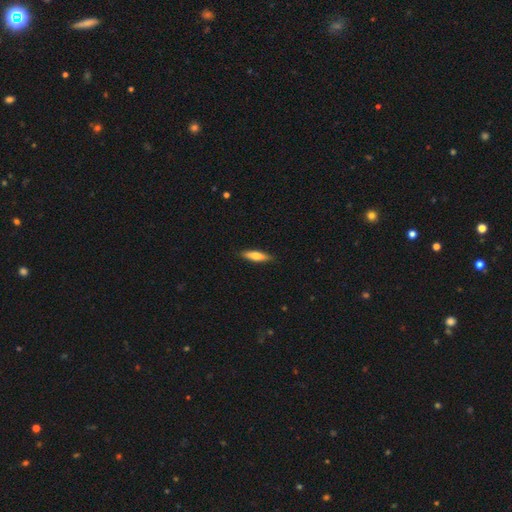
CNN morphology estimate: Overall: smooth (66%; featured or disk 29%). How rounded: cigar-shaped (68%; in between 30%). Merging: none (88%).